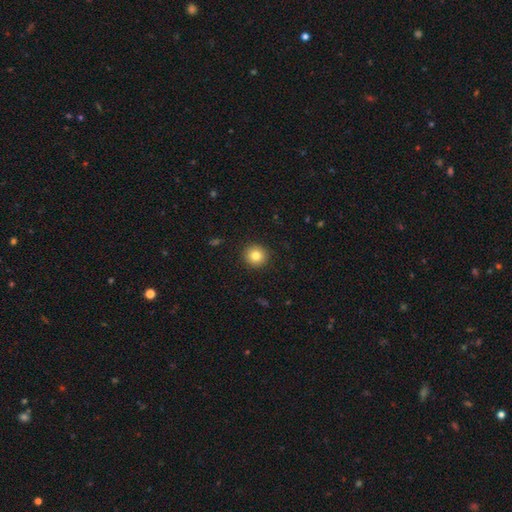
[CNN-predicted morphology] A smooth galaxy with no disk features (82%) that is round (93%).

Vote fractions:
- Smooth or featured? smooth: 82% / star or artifact: 10% / featured or disk: 8%
- How rounded? round: 93% / in between: 6% / cigar-shaped: 1%
- Merging? none: 92% / minor disturbance: 5% / major disturbance: 2% / merger: 1%